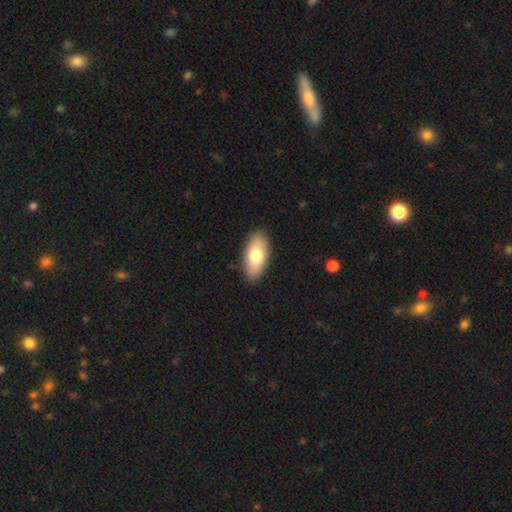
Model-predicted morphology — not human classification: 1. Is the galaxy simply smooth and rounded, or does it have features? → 78% smooth, 16% featured or disk, 6% star or artifact.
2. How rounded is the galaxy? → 92% in between, 5% cigar-shaped, 3% round.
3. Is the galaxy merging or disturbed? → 88% none, 9% minor disturbance, 2% major disturbance, 1% merger.